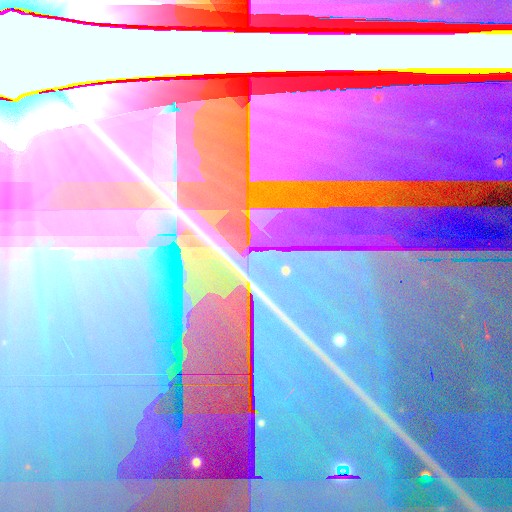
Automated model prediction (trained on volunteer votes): smooth-or-featured: star or artifact: 87% | featured or disk: 8% | smooth: 5%